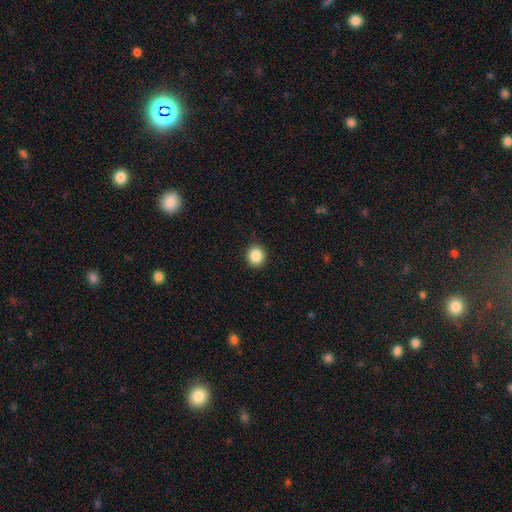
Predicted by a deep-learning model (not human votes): Smooth or featured? Predicted: smooth (p=0.87). How rounded? Predicted: round (p=0.84). Merging? Predicted: none (p=0.91).